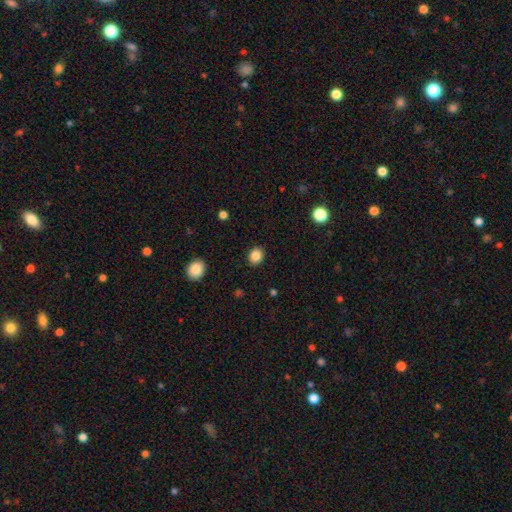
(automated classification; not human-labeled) Smooth or featured? smooth (86%)
How rounded? round (64%)
Merging? none (90%)